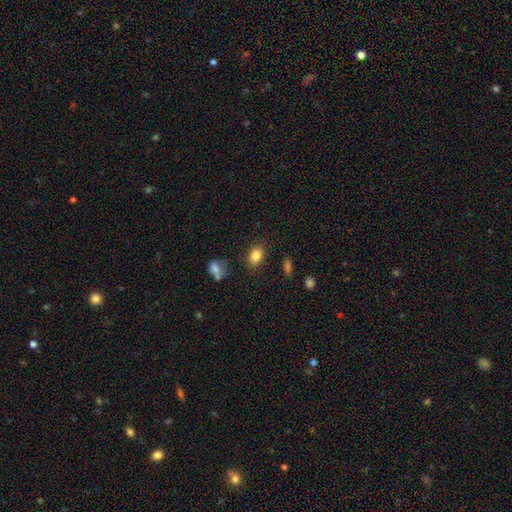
Q: Smooth or featured?
A: smooth (88%); runner-up: star or artifact (12%)
Q: How rounded?
A: in between (60%); runner-up: round (40%)
Q: Merging?
A: none (74%); runner-up: minor disturbance (17%)